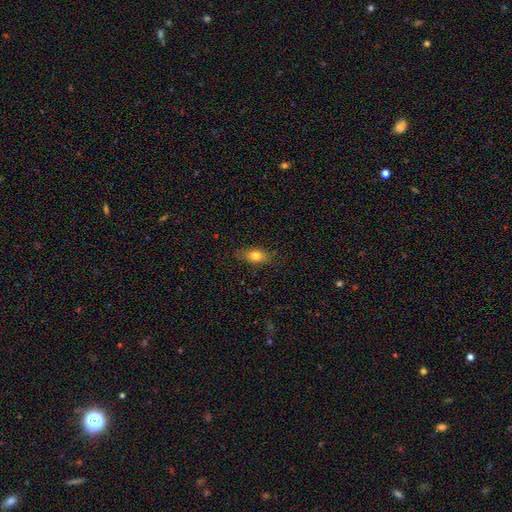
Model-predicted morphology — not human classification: type=smooth (76%); roundness=in between (80%); merging=none (81%).